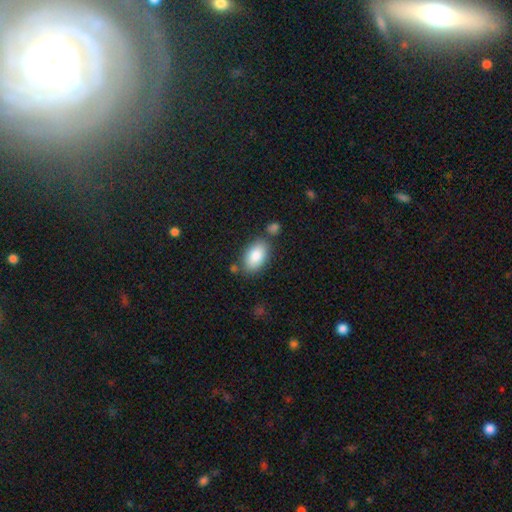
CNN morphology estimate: A smooth galaxy with no disk features (85%) that is in between round and cigar-shaped (93%). Merging: none (73%).